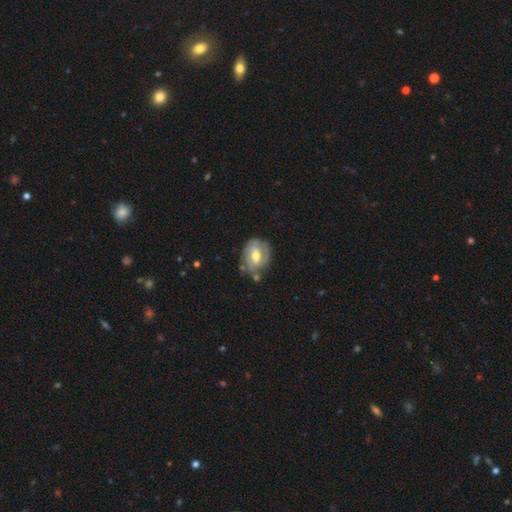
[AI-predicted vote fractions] A featured or disk galaxy (70%) with a weak bar (51%), 2 (55%) tight (53%) spiral arms (83%) and a moderate central bulge (69%).

Vote fractions:
- Smooth or featured? featured or disk: 70% / smooth: 24% / star or artifact: 6%
- Edge-on disk? no: 97% / yes: 3%
- Bar? weak: 51% / no: 33% / strong: 16%
- Spiral arms? yes: 83% / no: 17%
- Spiral winding? tight: 53% / medium: 36% / loose: 11%
- Spiral arm count? 2: 55% / can't tell: 25% / 3: 10% / 1: 6% / 4: 2% / more than 4: 2%
- Bulge size? moderate: 69% / small: 19% / large: 9% / none: 1% / dominant: 1%
- Merging? none: 61% / minor disturbance: 24% / major disturbance: 8% / merger: 6%